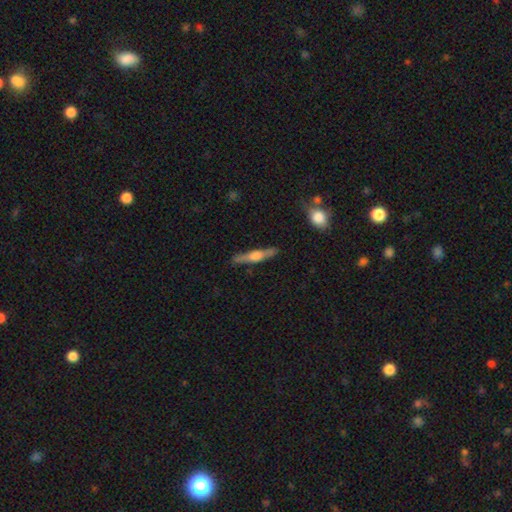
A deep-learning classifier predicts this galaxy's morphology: A featured or disk galaxy (63%) viewed edge-on (96%) with a rounded central bulge (84%). Merging: none (86%).